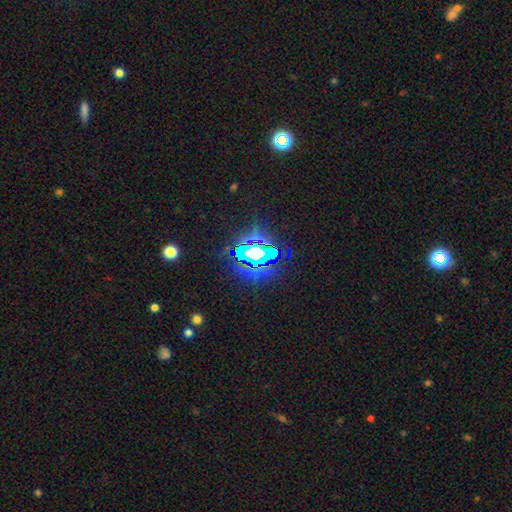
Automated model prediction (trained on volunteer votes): star or artifact 75%, smooth 14%, featured or disk 11%.